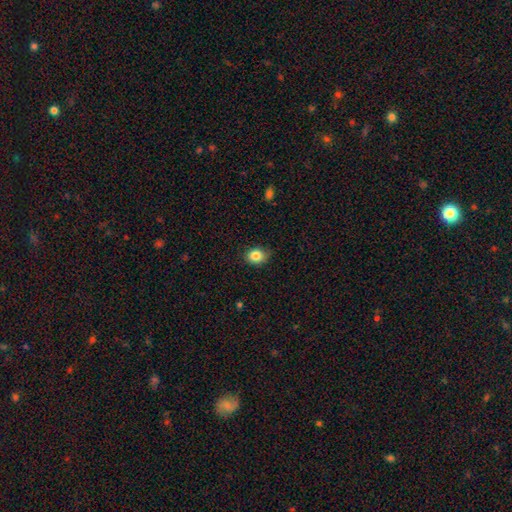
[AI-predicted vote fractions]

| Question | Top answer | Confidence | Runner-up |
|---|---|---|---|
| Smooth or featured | smooth | 84% | star or artifact (10%) |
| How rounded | round | 56% | in between (43%) |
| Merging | none | 79% | minor disturbance (17%) |